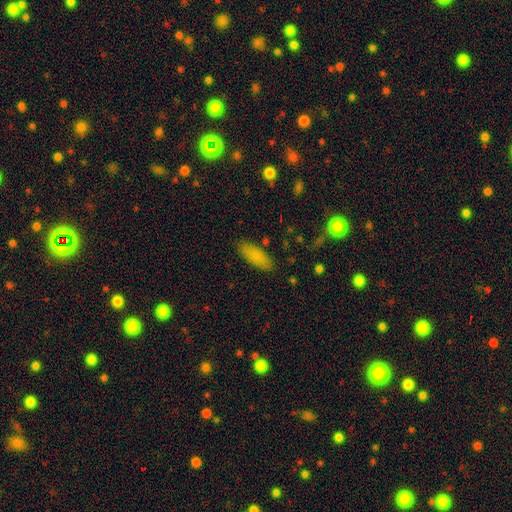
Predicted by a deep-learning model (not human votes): A smooth galaxy with no disk features (83%) that is in between round and cigar-shaped (72%). Merging: none (85%).